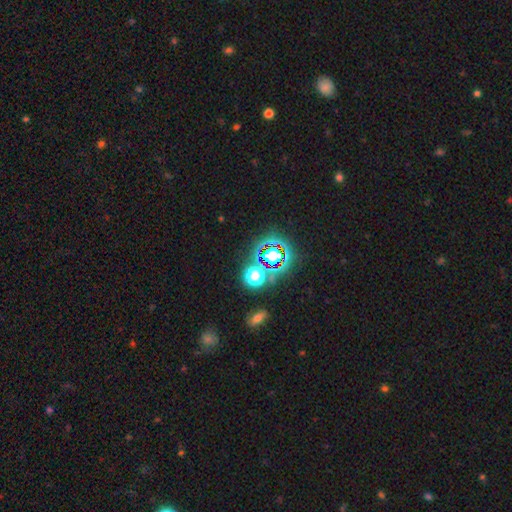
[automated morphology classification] Q: Smooth or featured?
A: star or artifact (75%); runner-up: smooth (16%)